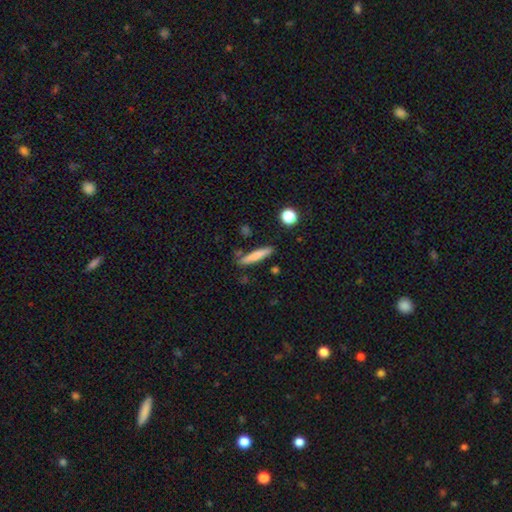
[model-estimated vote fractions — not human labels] Overall: smooth (75%). How rounded: cigar-shaped (91%). Merging: none (83%).